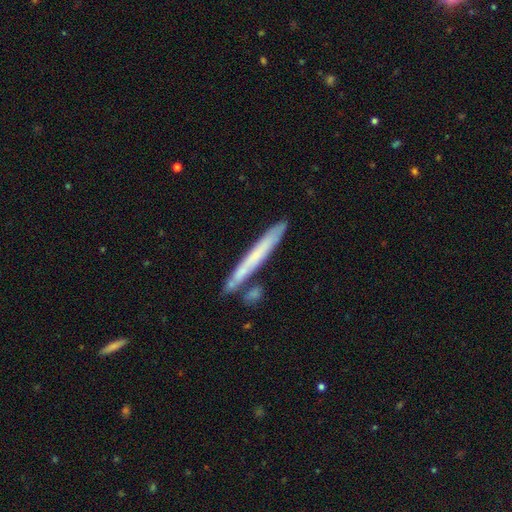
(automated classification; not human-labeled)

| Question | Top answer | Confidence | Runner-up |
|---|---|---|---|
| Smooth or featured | smooth | 54% | featured or disk (39%) |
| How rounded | cigar-shaped | 96% | in between (3%) |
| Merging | none | 72% | minor disturbance (13%) |